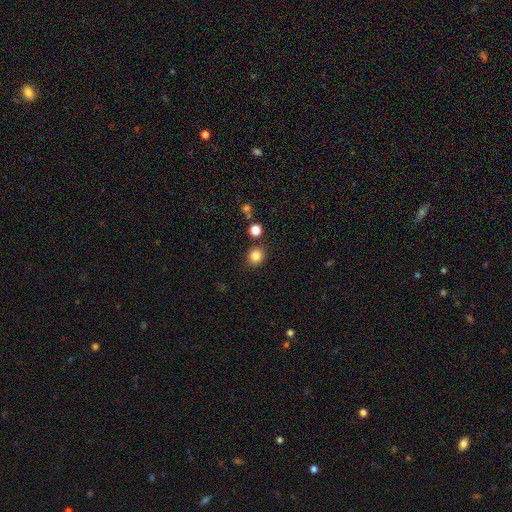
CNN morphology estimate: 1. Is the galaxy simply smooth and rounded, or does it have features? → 83% smooth, 12% star or artifact, 5% featured or disk.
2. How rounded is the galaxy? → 84% round, 15% in between, 1% cigar-shaped.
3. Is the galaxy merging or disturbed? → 86% none, 7% minor disturbance, 4% merger, 2% major disturbance.